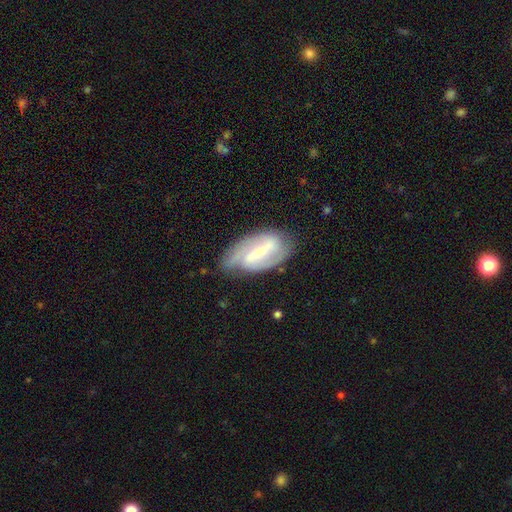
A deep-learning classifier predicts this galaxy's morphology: Q: Smooth or featured?
A: featured or disk (82%); runner-up: smooth (13%)
Q: Edge-on disk?
A: no (95%); runner-up: yes (5%)
Q: Bar?
A: strong (54%); runner-up: weak (35%)
Q: Spiral arms?
A: yes (92%); runner-up: no (8%)
Q: Spiral winding?
A: medium (44%); runner-up: tight (30%)
Q: Spiral arm count?
A: 2 (82%); runner-up: can't tell (9%)
Q: Bulge size?
A: small (59%); runner-up: moderate (34%)
Q: Merging?
A: none (76%); runner-up: minor disturbance (18%)